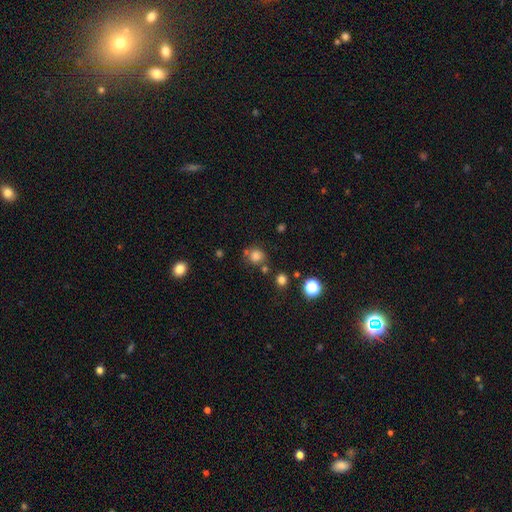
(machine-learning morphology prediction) This is likely a smooth galaxy (77%). How rounded: clearly round (83%). Merging: likely none (66%).